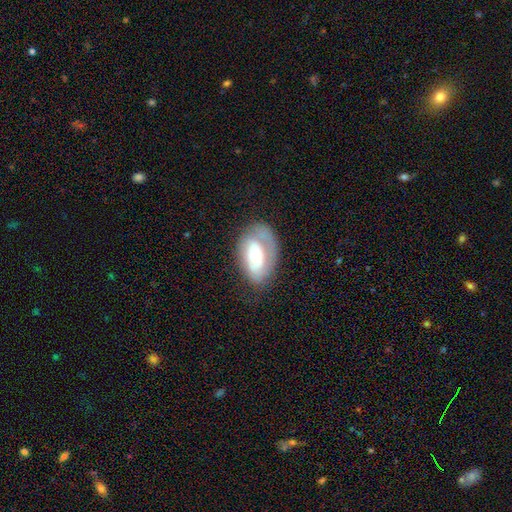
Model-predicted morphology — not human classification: Smooth or featured?
  - featured or disk: 47% *
  - smooth: 46%
  - star or artifact: 7%
Merging?
  - none: 52% *
  - minor disturbance: 27%
  - major disturbance: 19%
  - merger: 3%